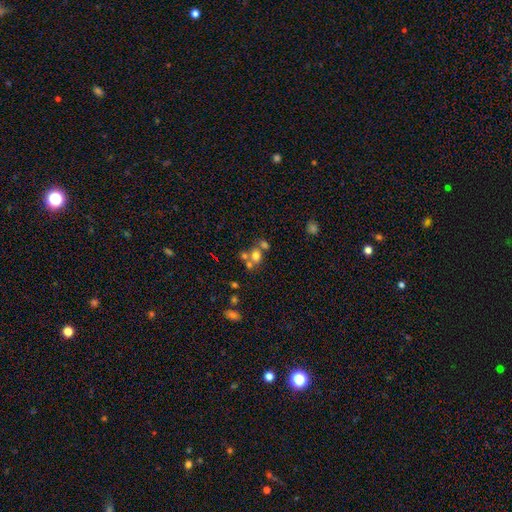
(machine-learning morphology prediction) A smooth galaxy with no disk features (65%) that is round (67%).

Vote fractions:
- Smooth or featured? smooth: 65% / featured or disk: 18% / star or artifact: 17%
- How rounded? round: 67% / in between: 32% / cigar-shaped: 1%
- Merging? merger: 45% / none: 42% / minor disturbance: 9% / major disturbance: 5%